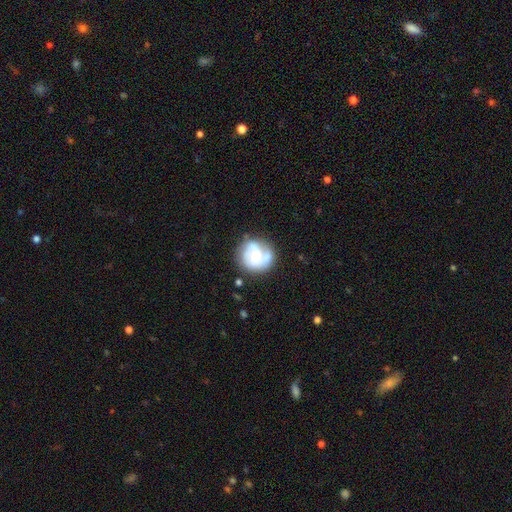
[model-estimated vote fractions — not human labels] The model was most divided on "bulge size": small: 37%, moderate: 36%, none: 16%, large: 9%, dominant: 2%. More confident: edge-on disk — no (98%); bar — no (65%); spiral arms — yes (60%); smooth or featured — featured or disk (58%); merging — none (56%).